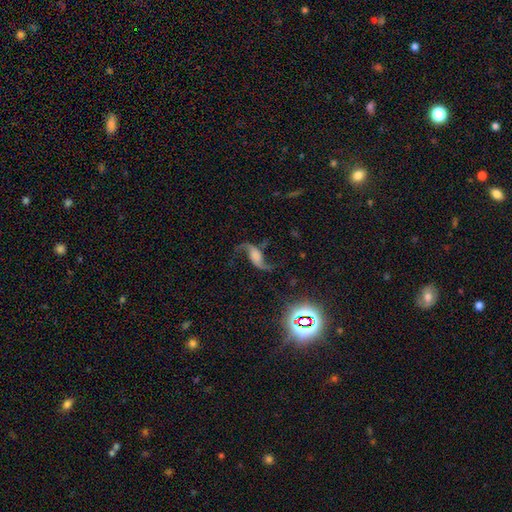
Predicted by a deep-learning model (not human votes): Q: Smooth or featured?
A: featured or disk (83%); runner-up: star or artifact (9%)
Q: Edge-on disk?
A: no (95%); runner-up: yes (5%)
Q: Bar?
A: no (50%); runner-up: weak (31%)
Q: Spiral arms?
A: yes (96%); runner-up: no (4%)
Q: Spiral winding?
A: loose (91%); runner-up: medium (7%)
Q: Spiral arm count?
A: 2 (94%); runner-up: 1 (2%)
Q: Bulge size?
A: none (45%); runner-up: large (20%)
Q: Merging?
A: none (72%); runner-up: minor disturbance (14%)